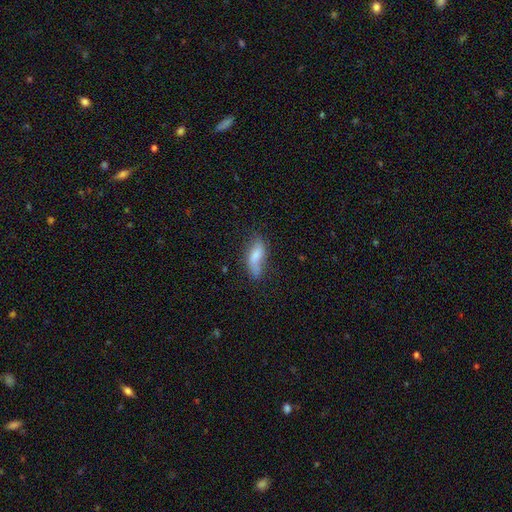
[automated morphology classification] Smooth or featured? Predicted: smooth (p=0.67). How rounded? Predicted: in between (p=0.61). Merging? Predicted: none (p=0.46).